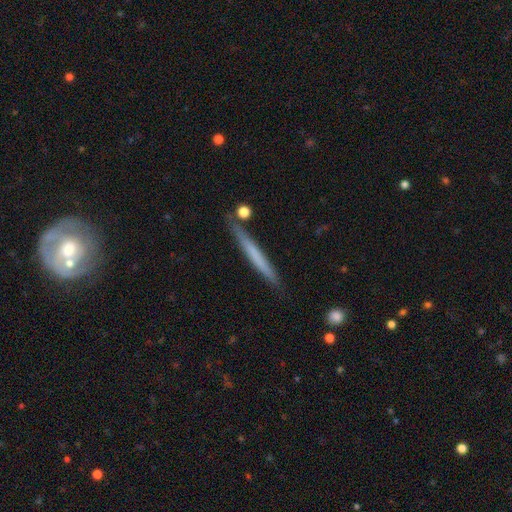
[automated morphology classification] smooth 57%, featured or disk 38%, star or artifact 6%. Down the decision tree: how rounded — cigar-shaped (97%); merging — none (86%).